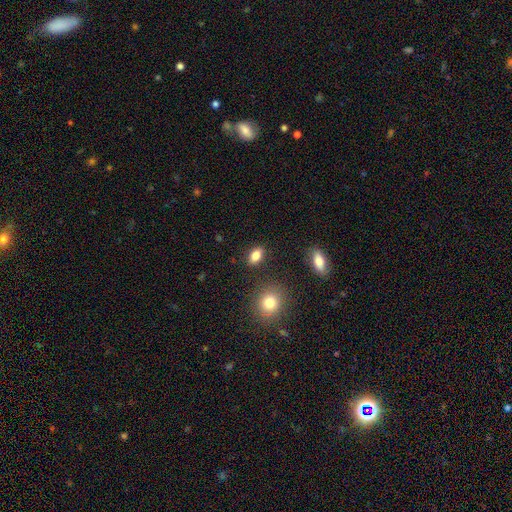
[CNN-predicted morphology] smooth_or_featured: smooth (p=0.83) [alt: star or artifact p=0.09]
how_rounded: in between (p=0.85) [alt: round p=0.11]
merging: none (p=0.86) [alt: minor disturbance p=0.09]